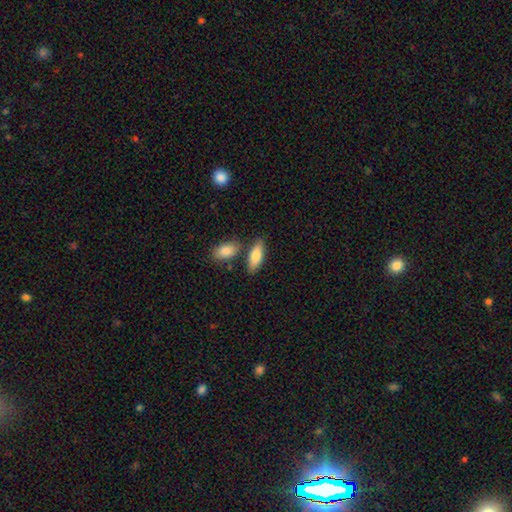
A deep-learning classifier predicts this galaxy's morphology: A smooth galaxy with no disk features (81%) that is in between round and cigar-shaped (71%). Merging: none (71%).